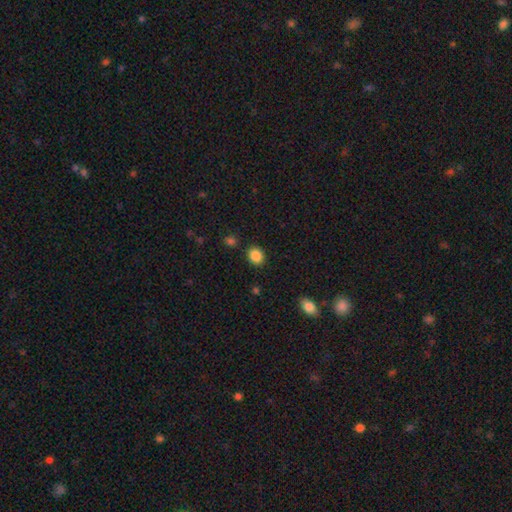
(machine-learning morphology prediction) smooth-or-featured: smooth: 86% | star or artifact: 10% | featured or disk: 4%
  how-rounded: round: 56% | in between: 43% | cigar-shaped: 1%
  merging: none: 86% | minor disturbance: 9% | merger: 3% | major disturbance: 3%